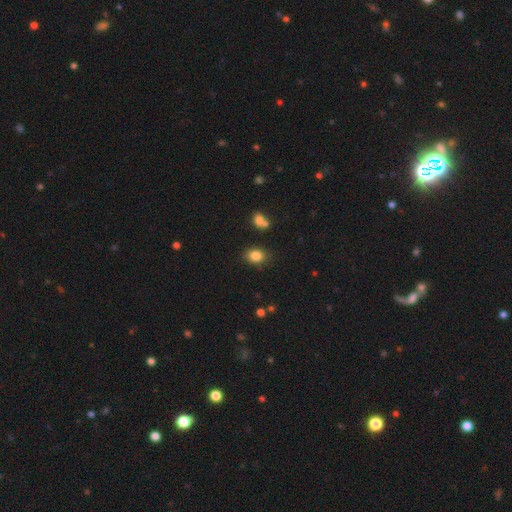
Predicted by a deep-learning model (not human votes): Smooth or featured? Predicted: smooth (p=0.83). How rounded? Predicted: in between (p=0.61). Merging? Predicted: none (p=0.80).